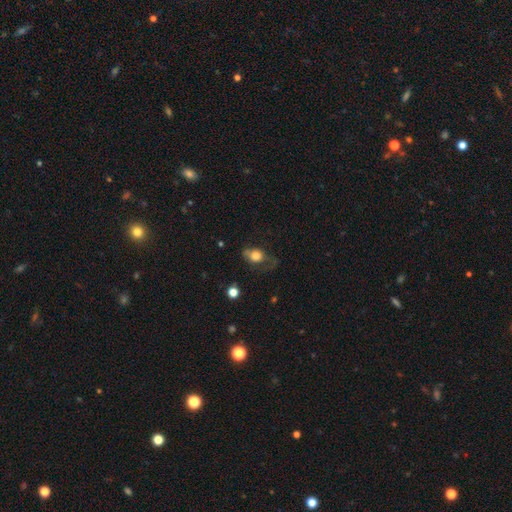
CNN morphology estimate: Smooth or featured? Predicted: smooth (p=0.69). How rounded? Predicted: in between (p=0.60). Merging? Predicted: none (p=0.39).